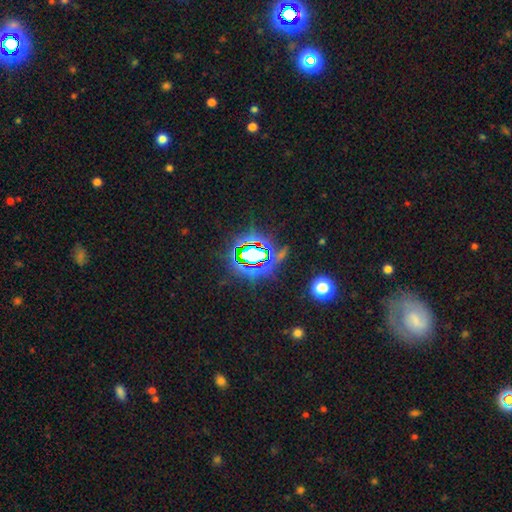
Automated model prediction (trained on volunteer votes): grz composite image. It shows a star or artifact, not a galaxy (78%).